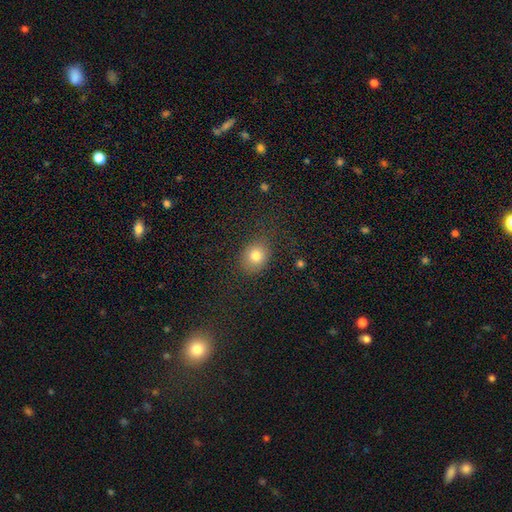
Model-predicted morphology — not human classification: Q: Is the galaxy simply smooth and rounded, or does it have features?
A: smooth — 80%.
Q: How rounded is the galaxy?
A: round — 57%.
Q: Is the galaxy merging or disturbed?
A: none — 77%.